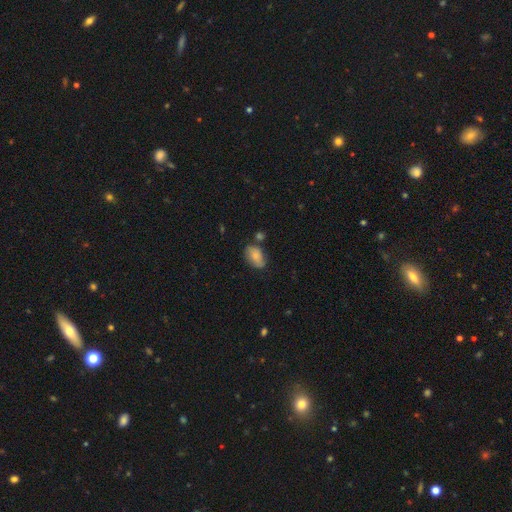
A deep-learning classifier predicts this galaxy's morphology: A smooth galaxy with no disk features (77%) that is in between round and cigar-shaped (89%). Merging: none (64%).